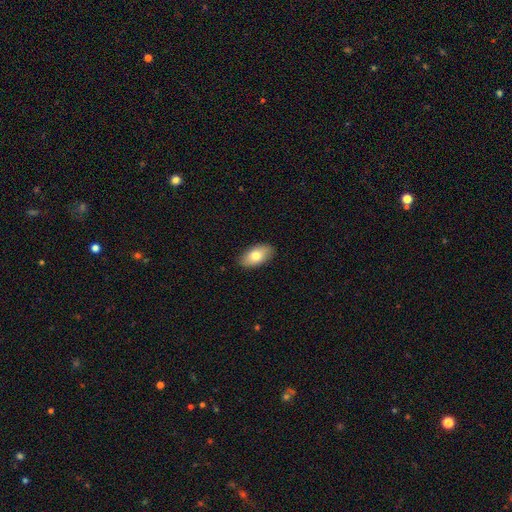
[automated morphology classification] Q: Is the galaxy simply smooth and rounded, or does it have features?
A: smooth — 78%.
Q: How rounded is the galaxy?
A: in between — 94%.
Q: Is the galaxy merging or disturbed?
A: none — 87%.